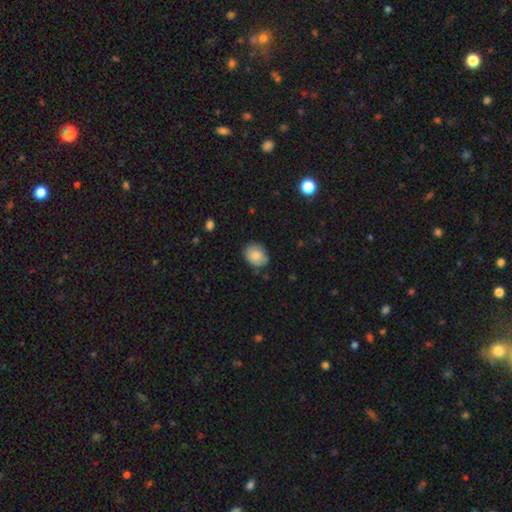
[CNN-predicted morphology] A smooth galaxy with no disk features (85%) that is in between round and cigar-shaped (50%).

Vote fractions:
- Smooth or featured? smooth: 85% / featured or disk: 8% / star or artifact: 7%
- How rounded? in between: 50% / round: 49% / cigar-shaped: 1%
- Merging? none: 78% / minor disturbance: 18% / major disturbance: 3% / merger: 1%